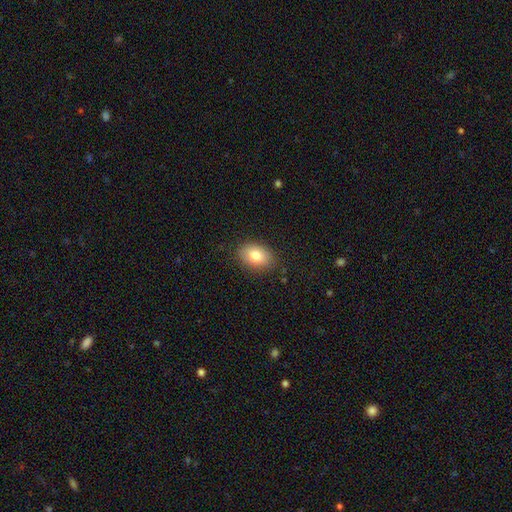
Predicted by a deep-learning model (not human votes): This is clearly a smooth galaxy (81%). How rounded: clearly in between (82%). Merging: clearly none (86%).